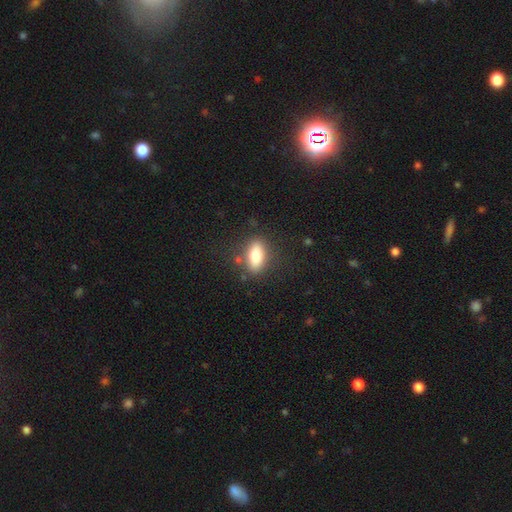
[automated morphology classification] Smooth or featured? Predicted: smooth (p=0.77). How rounded? Predicted: in between (p=0.83). Merging? Predicted: none (p=0.81).